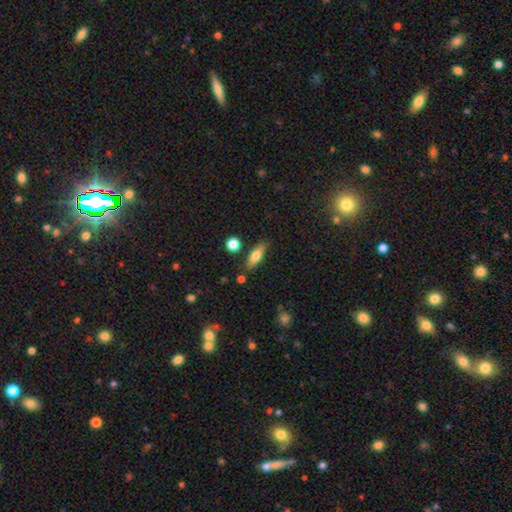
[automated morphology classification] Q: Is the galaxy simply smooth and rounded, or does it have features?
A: smooth — 68%.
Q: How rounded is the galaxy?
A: in between — 58%.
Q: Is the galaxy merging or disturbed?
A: none — 80%.